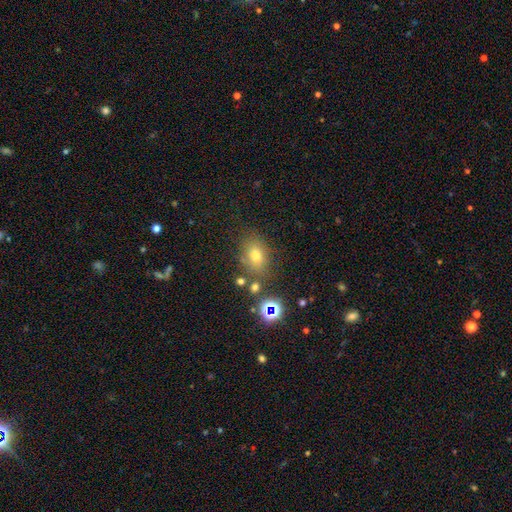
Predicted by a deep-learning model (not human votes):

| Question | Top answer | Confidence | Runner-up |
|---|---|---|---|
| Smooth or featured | smooth | 67% | star or artifact (21%) |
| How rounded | in between | 65% | round (33%) |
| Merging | none | 73% | minor disturbance (15%) |